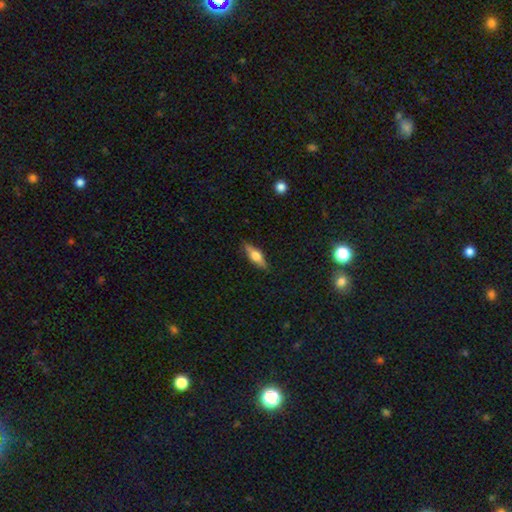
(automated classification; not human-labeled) Smooth or featured: smooth — 51% (featured or disk — 42%)
How rounded: in between — 49% (cigar-shaped — 48%)
Merging: none — 87% (minor disturbance — 10%)